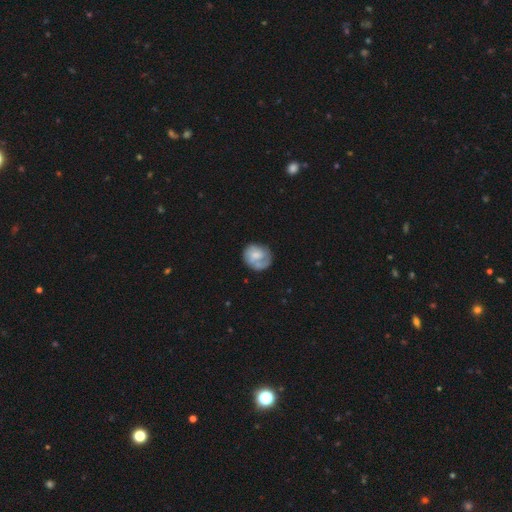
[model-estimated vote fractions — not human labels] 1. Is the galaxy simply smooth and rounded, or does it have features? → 51% smooth, 42% featured or disk, 7% star or artifact.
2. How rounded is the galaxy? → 76% round, 23% in between, 1% cigar-shaped.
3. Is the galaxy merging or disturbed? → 60% none, 23% minor disturbance, 12% major disturbance, 5% merger.